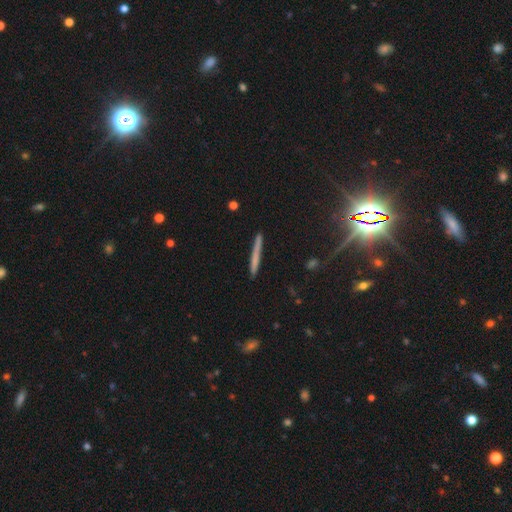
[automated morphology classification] A smooth galaxy with no disk features (55%) that is cigar-shaped (96%). Merging: none (88%).